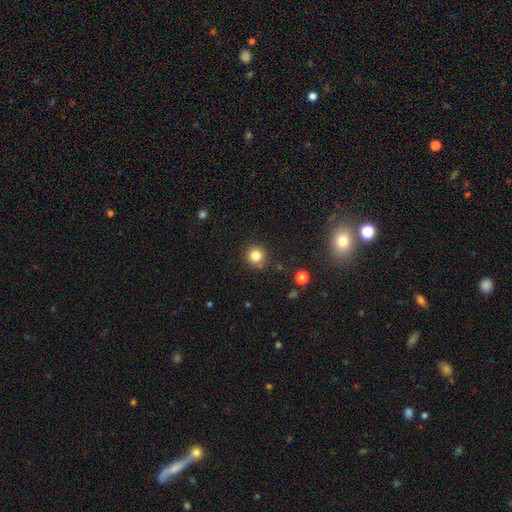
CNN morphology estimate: This appears to be a smooth galaxy with no disk features (82%) that is round (93%). Merging: none (88%).